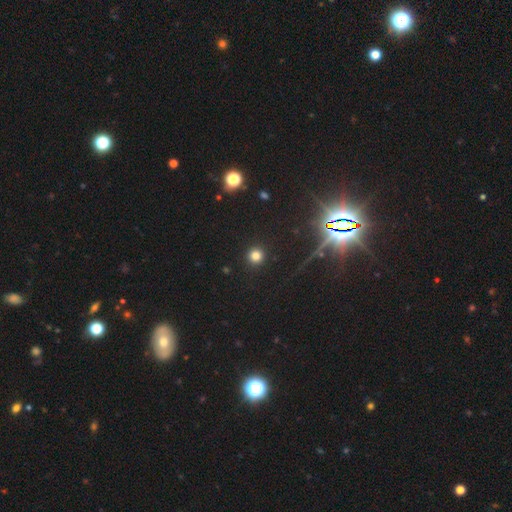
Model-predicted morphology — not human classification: Q: Smooth or featured?
A: smooth (79%); runner-up: star or artifact (16%)
Q: How rounded?
A: round (95%); runner-up: in between (4%)
Q: Merging?
A: none (92%); runner-up: minor disturbance (4%)